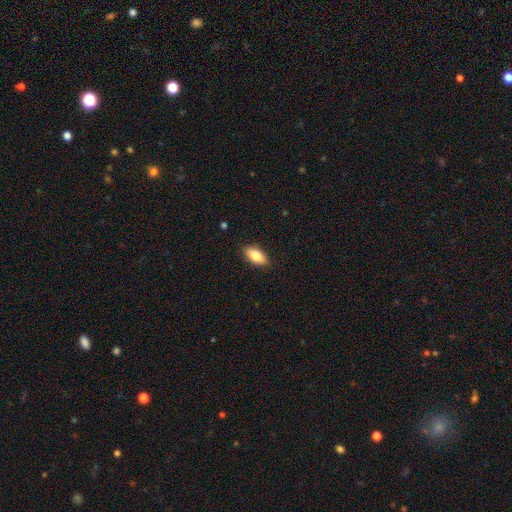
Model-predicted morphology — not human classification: Q: Smooth or featured?
A: smooth (86%); runner-up: featured or disk (7%)
Q: How rounded?
A: in between (91%); runner-up: cigar-shaped (6%)
Q: Merging?
A: none (88%); runner-up: minor disturbance (9%)